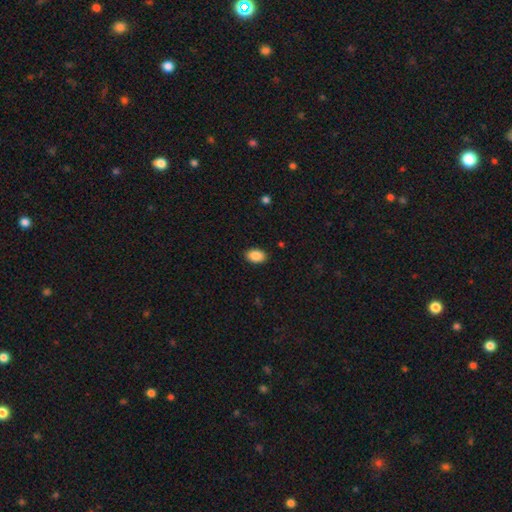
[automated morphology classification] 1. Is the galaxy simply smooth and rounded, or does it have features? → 88% smooth, 8% star or artifact, 4% featured or disk.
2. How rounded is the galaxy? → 88% in between, 11% round, 1% cigar-shaped.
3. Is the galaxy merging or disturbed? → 89% none, 8% minor disturbance, 2% major disturbance, 1% merger.